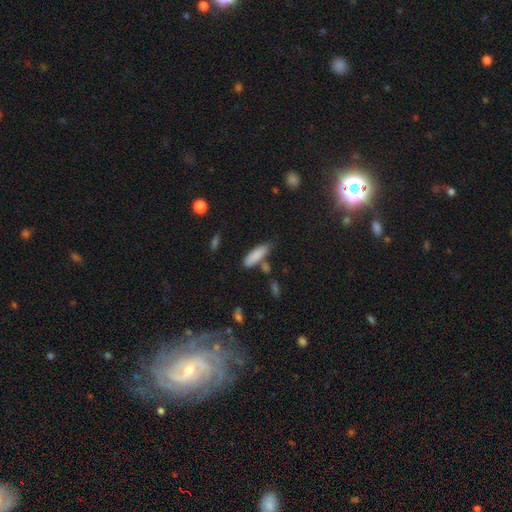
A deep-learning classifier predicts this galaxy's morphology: The model was most divided on "how rounded": in between: 51%, cigar-shaped: 47%, round: 2%. More confident: smooth or featured — smooth (84%); merging — none (67%).